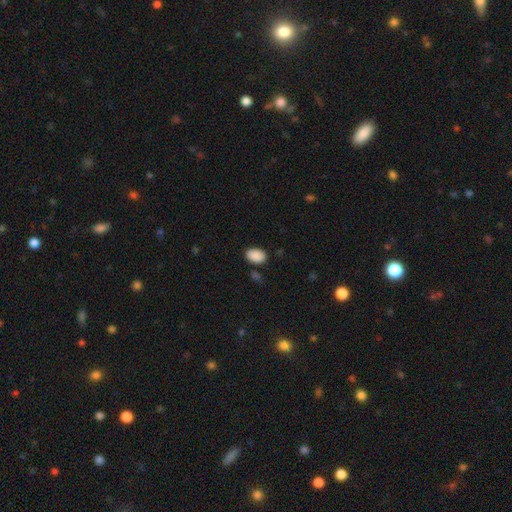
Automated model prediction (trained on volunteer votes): The model was most divided on "merging": none: 84%, minor disturbance: 11%, merger: 3%, major disturbance: 3%. More confident: how rounded — in between (90%); smooth or featured — smooth (90%).